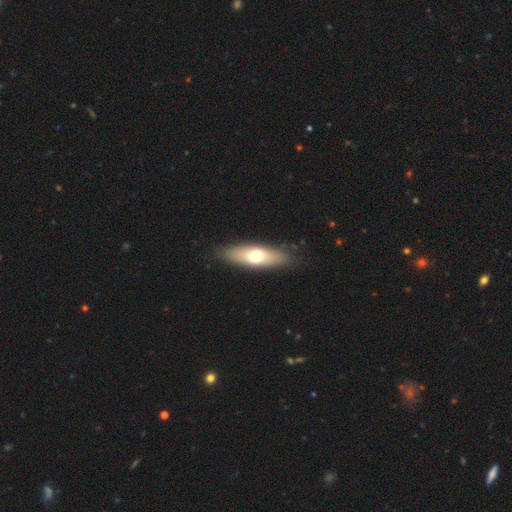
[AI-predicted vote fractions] This is likely a smooth galaxy (64%). How rounded: possibly in between (53%). Merging: clearly none (86%).